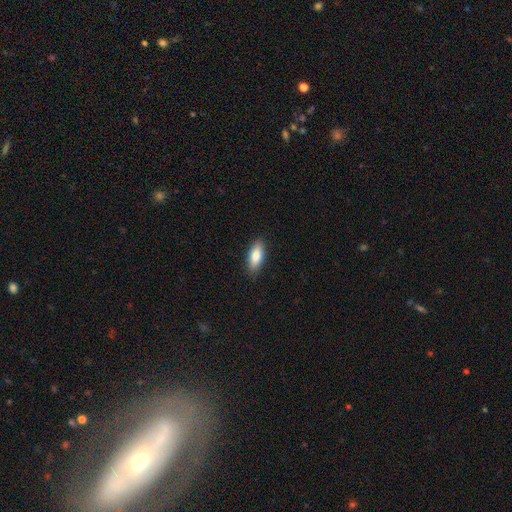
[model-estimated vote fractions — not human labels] Overall: smooth (82%). How rounded: in between (78%). Merging: none (88%).